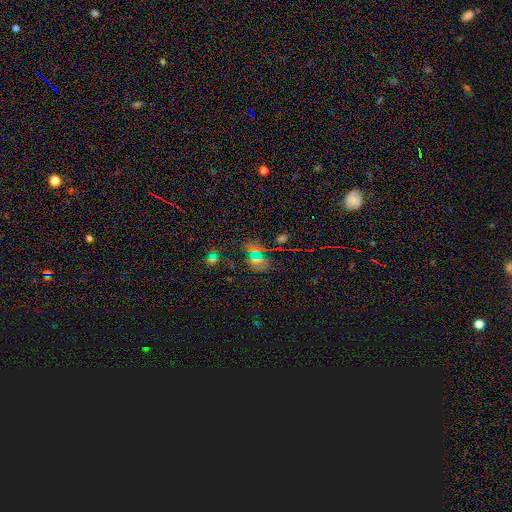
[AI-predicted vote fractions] smooth_or_featured: star or artifact (p=0.50) [alt: smooth p=0.36]